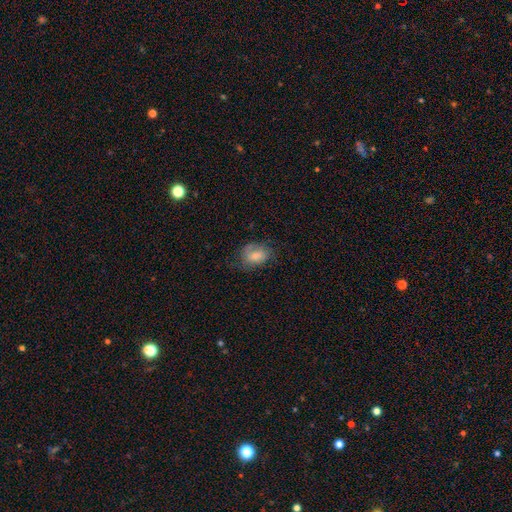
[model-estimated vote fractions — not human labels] This appears to be a smooth galaxy with no disk features (66%) that is in between round and cigar-shaped (75%). Merging: none (54%).